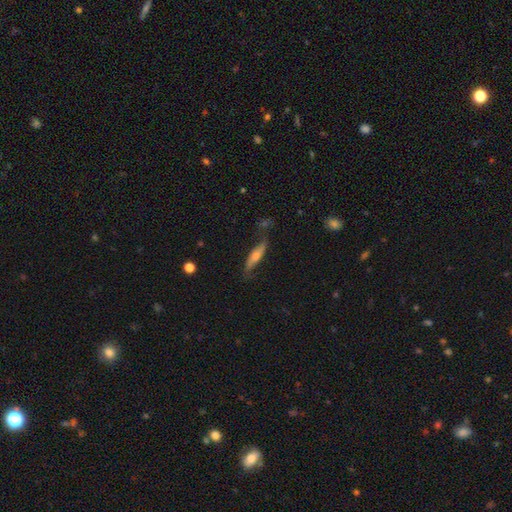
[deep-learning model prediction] The model was most divided on "smooth or featured": featured or disk: 60%, smooth: 32%, star or artifact: 7%. More confident: merging — none (70%); edge-on disk — yes (68%).